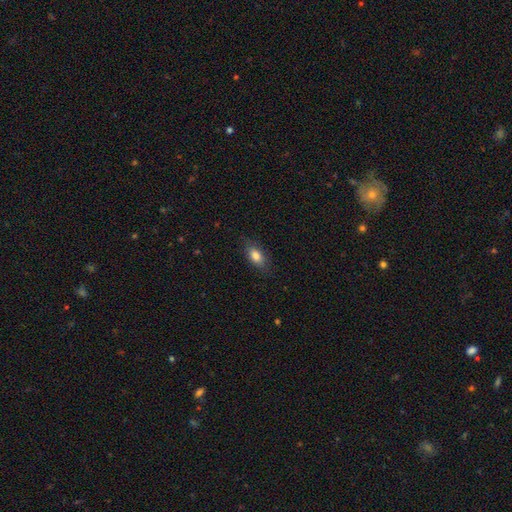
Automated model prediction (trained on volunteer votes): Q: Smooth or featured?
A: smooth (81%); runner-up: featured or disk (11%)
Q: How rounded?
A: in between (86%); runner-up: cigar-shaped (8%)
Q: Merging?
A: none (81%); runner-up: minor disturbance (14%)